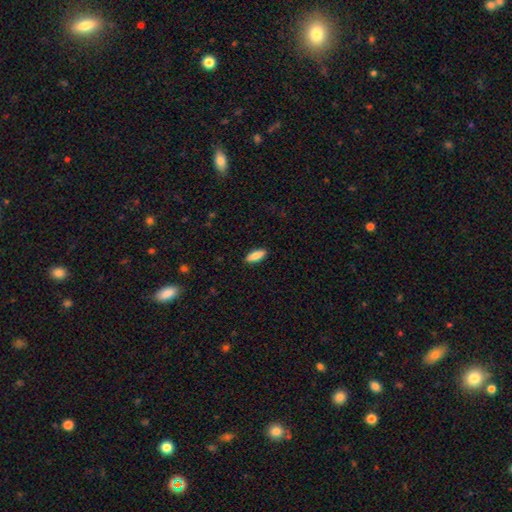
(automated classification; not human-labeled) This is clearly a smooth galaxy (83%). How rounded: likely in between (64%). Merging: clearly none (90%).